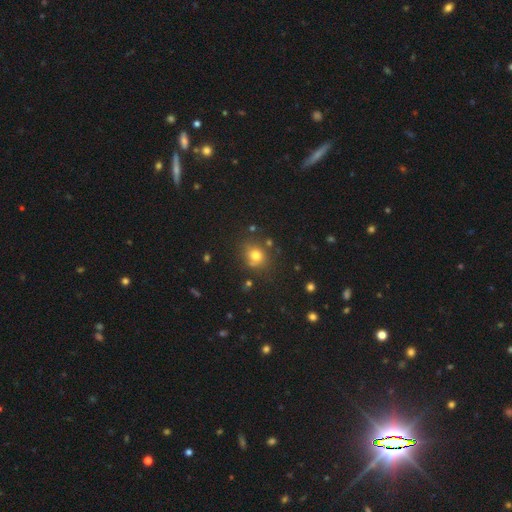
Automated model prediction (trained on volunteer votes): A smooth galaxy with no disk features (76%) that is round (74%).

Vote fractions:
- Smooth or featured? smooth: 76% / star or artifact: 15% / featured or disk: 9%
- How rounded? round: 74% / in between: 25% / cigar-shaped: 1%
- Merging? none: 72% / minor disturbance: 17% / merger: 6% / major disturbance: 5%